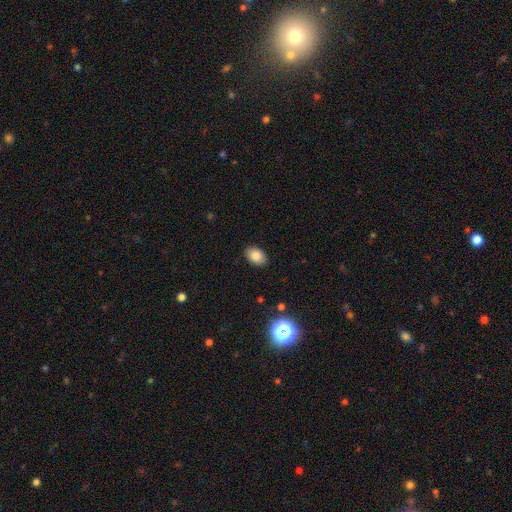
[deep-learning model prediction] A smooth galaxy with no disk features (83%) that is in between round and cigar-shaped (83%). Merging: none (88%).